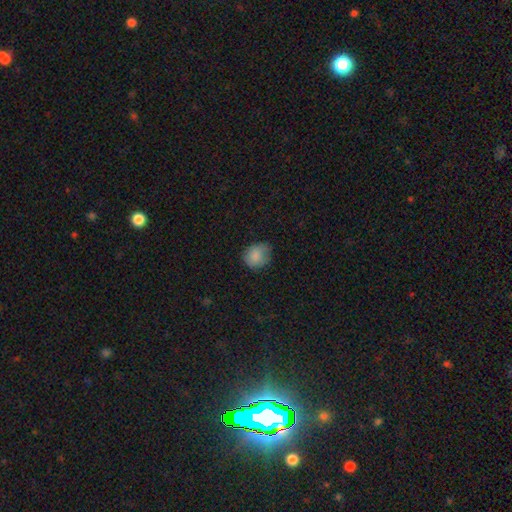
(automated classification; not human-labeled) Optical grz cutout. It shows a smooth galaxy with no disk features (84%) that is round (63%). Merging: none (65%).